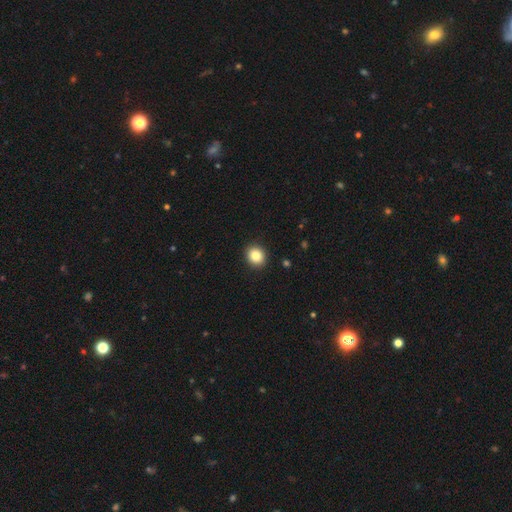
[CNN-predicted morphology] smooth-or-featured: smooth: 85% | star or artifact: 10% | featured or disk: 6%
  how-rounded: round: 76% | in between: 23% | cigar-shaped: 1%
  merging: none: 92% | minor disturbance: 6% | major disturbance: 2% | merger: 1%